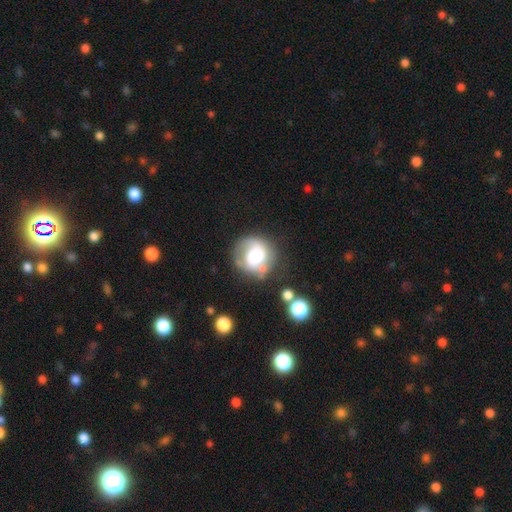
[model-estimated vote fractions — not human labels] This appears to be a featured or disk galaxy (51%). Merging: none (52%).